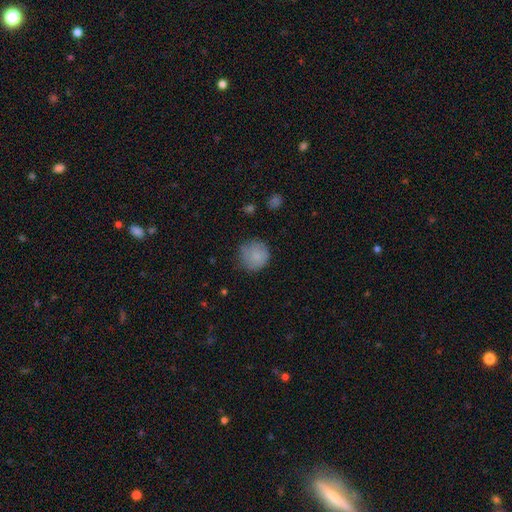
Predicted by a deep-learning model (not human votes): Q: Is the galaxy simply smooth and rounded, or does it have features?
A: smooth — 79%.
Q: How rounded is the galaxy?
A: round — 90%.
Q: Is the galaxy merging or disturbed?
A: none — 68%.